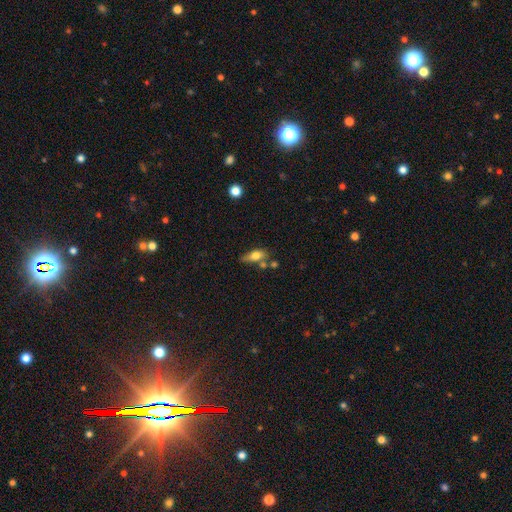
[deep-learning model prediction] Smooth or featured? Predicted: smooth (p=0.67). How rounded? Predicted: in between (p=0.76). Merging? Predicted: none (p=0.48).